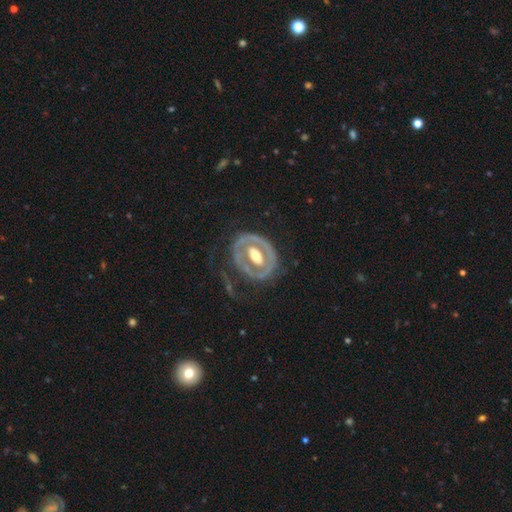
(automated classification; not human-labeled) smooth_or_featured: featured or disk (p=0.75) [alt: smooth p=0.20]
disk_edge_on: no (p=0.94) [alt: yes p=0.06]
bar: no (p=0.52) [alt: weak p=0.28]
has_spiral_arms: no (p=0.61) [alt: yes p=0.39]
bulge_size: moderate (p=0.60) [alt: large p=0.28]
merging: none (p=0.55) [alt: minor disturbance p=0.22]